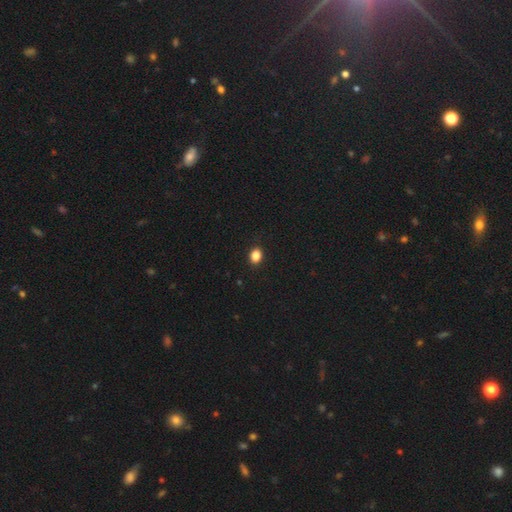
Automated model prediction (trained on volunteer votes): A smooth galaxy with no disk features (86%) that is in between round and cigar-shaped (50%). Merging: none (91%).